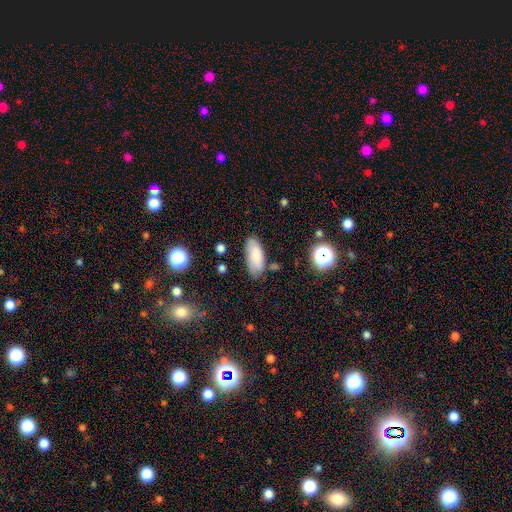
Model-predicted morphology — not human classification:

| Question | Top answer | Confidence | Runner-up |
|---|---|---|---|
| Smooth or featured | smooth | 81% | featured or disk (12%) |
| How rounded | in between | 85% | cigar-shaped (13%) |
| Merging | none | 73% | minor disturbance (19%) |